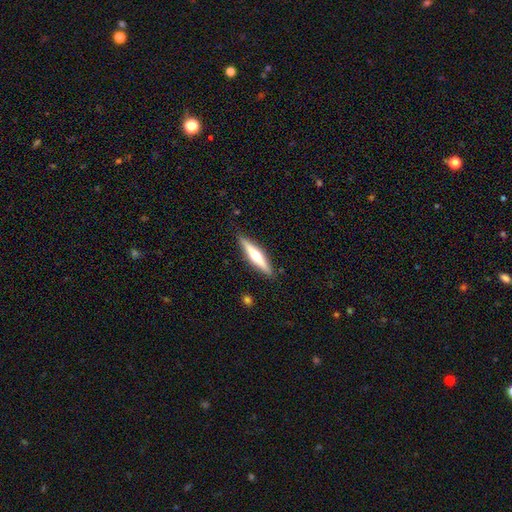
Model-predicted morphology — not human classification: smooth-or-featured: featured or disk: 54% | smooth: 41% | star or artifact: 5%
  disk-edge-on: yes: 96% | no: 4%
    edge-on-bulge: rounded: 83% | none: 10% | boxy: 6%
  merging: none: 89% | minor disturbance: 8% | major disturbance: 2% | merger: 1%